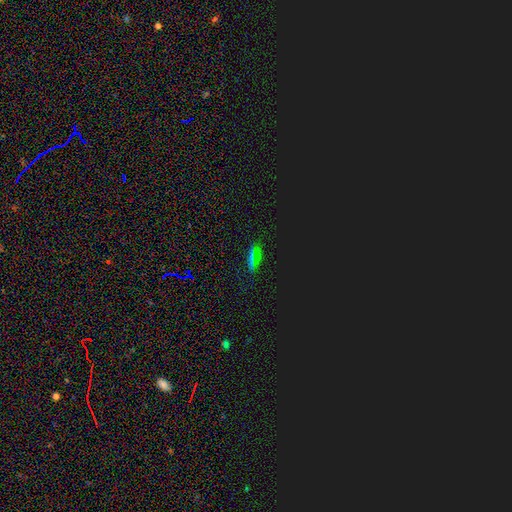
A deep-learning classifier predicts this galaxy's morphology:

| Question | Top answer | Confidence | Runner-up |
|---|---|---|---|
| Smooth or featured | star or artifact | 52% | smooth (39%) |